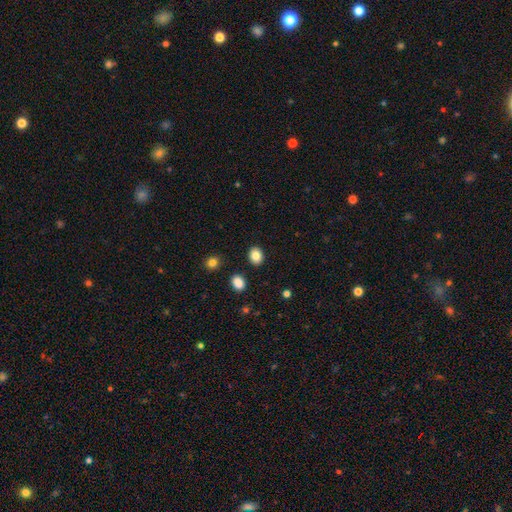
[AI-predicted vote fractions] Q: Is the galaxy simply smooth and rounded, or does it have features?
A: smooth — 86%.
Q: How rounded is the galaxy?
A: in between — 54%.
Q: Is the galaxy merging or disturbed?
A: none — 89%.